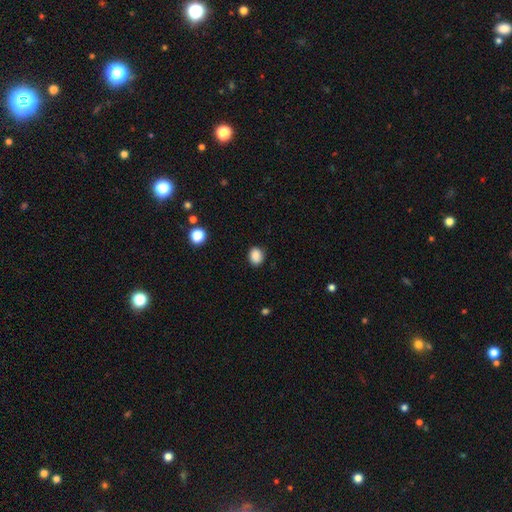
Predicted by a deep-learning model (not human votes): smooth_or_featured: smooth (p=0.87) [alt: star or artifact p=0.10]
how_rounded: round (p=0.54) [alt: in between p=0.45]
merging: none (p=0.85) [alt: minor disturbance p=0.11]